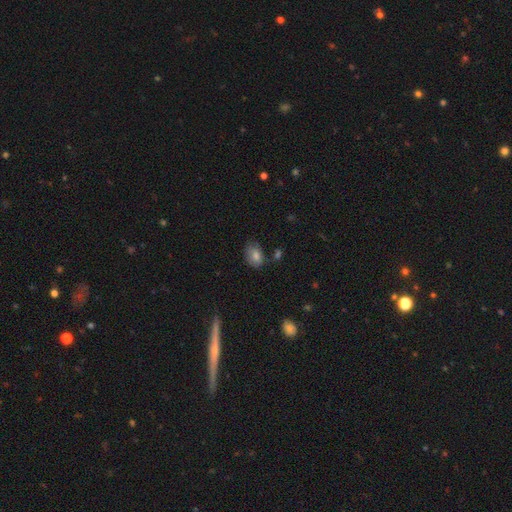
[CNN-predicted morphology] smooth 74%, featured or disk 15%, star or artifact 12%. Down the decision tree: how rounded — in between (76%); merging — none (68%).